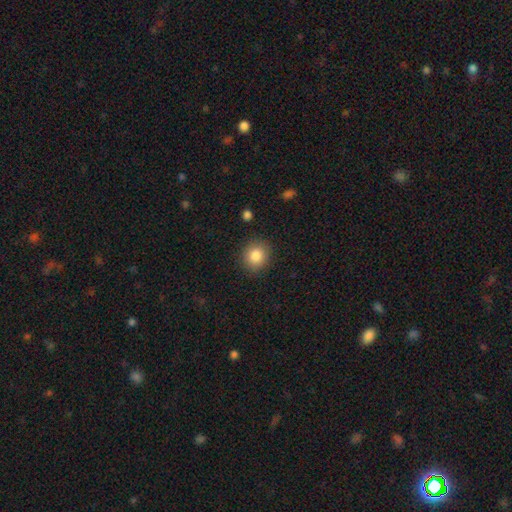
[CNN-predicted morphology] smooth-or-featured: smooth: 85% | star or artifact: 9% | featured or disk: 6%
  how-rounded: round: 84% | in between: 15% | cigar-shaped: 1%
  merging: none: 89% | minor disturbance: 7% | major disturbance: 3% | merger: 1%